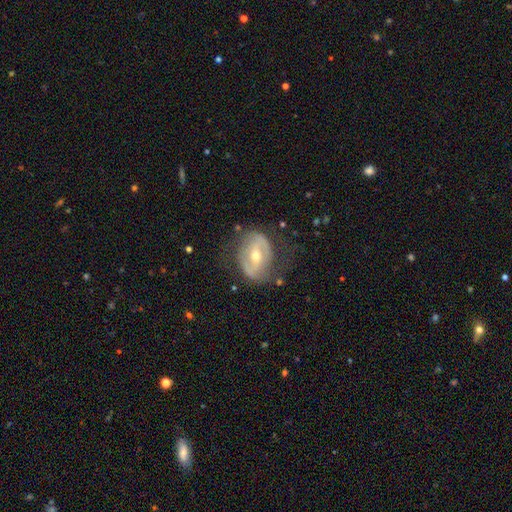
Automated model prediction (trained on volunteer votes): A featured or disk galaxy (73%) with a strong bar (49%), spiral arms (56%) and a moderate central bulge (55%). Merging: none (62%).